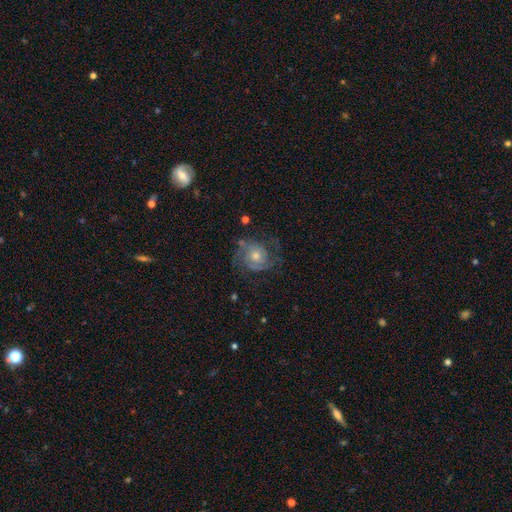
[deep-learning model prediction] A featured or disk galaxy (79%) with no bar (75%), 2 (54%) tight (47%) spiral arms (93%) and a moderate central bulge (61%). Merging: none (69%).